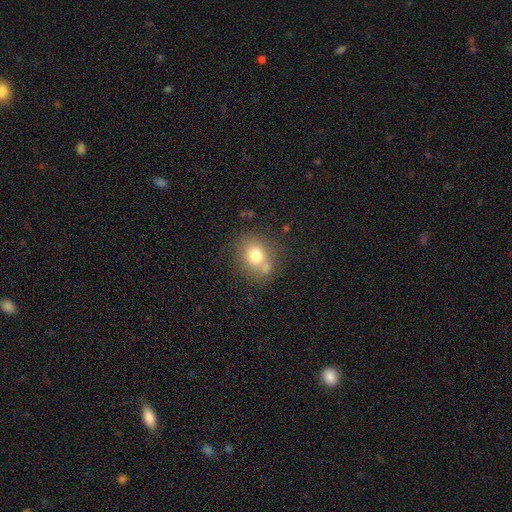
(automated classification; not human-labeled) smooth-or-featured: smooth: 74% | featured or disk: 15% | star or artifact: 11%
  how-rounded: round: 67% | in between: 32% | cigar-shaped: 1%
  merging: none: 63% | merger: 17% | minor disturbance: 14% | major disturbance: 5%